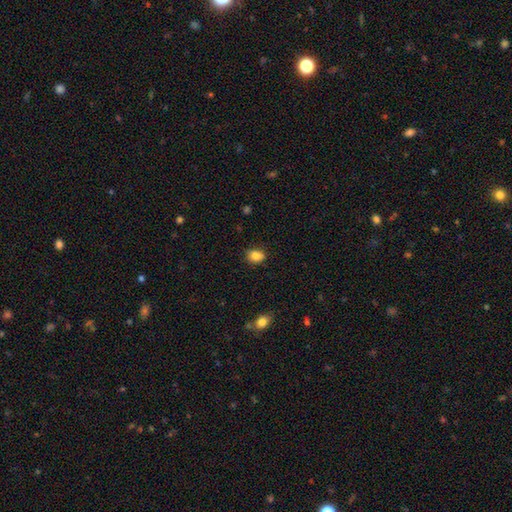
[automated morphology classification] A smooth galaxy with no disk features (85%) that is in between round and cigar-shaped (56%).

Vote fractions:
- Smooth or featured? smooth: 85% / star or artifact: 9% / featured or disk: 6%
- How rounded? in between: 56% / round: 43% / cigar-shaped: 1%
- Merging? none: 82% / minor disturbance: 14% / major disturbance: 3% / merger: 1%